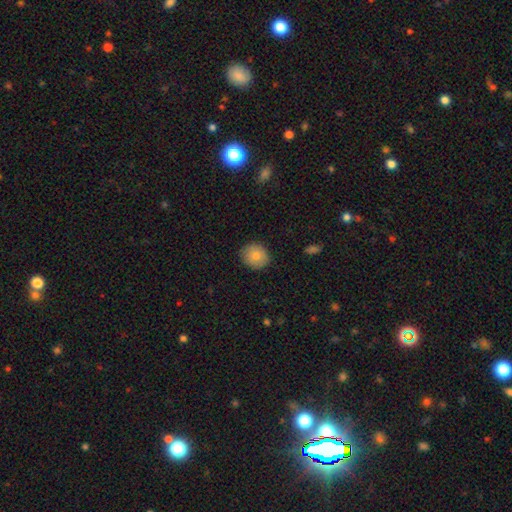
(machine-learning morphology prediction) A smooth galaxy with no disk features (80%) that is round (78%). Merging: none (88%).